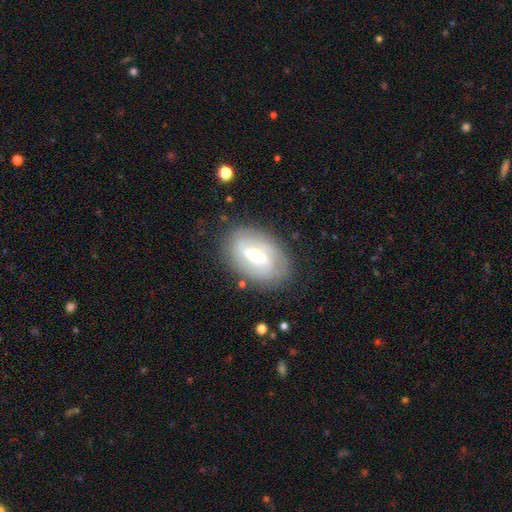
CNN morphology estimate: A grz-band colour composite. It shows a featured or disk galaxy (71%) with a weak bar (44%), 2 (67%) tight (38%) spiral arms (77%) and a moderate central bulge (50%). Merging: none (81%).